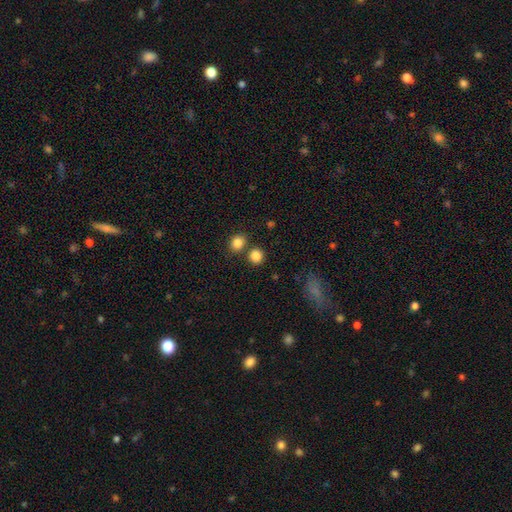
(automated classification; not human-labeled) Q: Smooth or featured?
A: smooth (85%); runner-up: star or artifact (11%)
Q: How rounded?
A: round (85%); runner-up: in between (14%)
Q: Merging?
A: none (74%); runner-up: merger (16%)